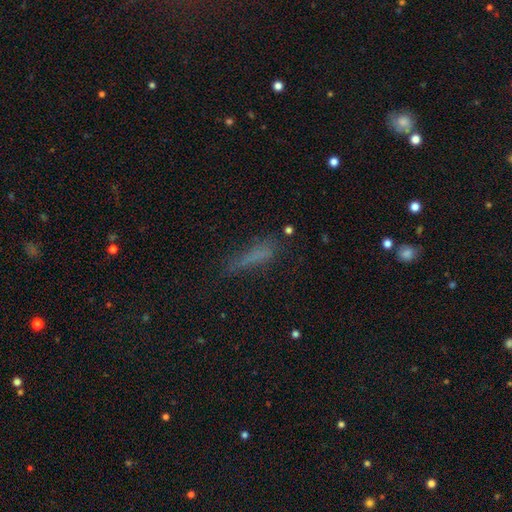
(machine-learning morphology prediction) smooth_or_featured: smooth (p=0.64) [alt: featured or disk p=0.19]
how_rounded: cigar-shaped (p=0.75) [alt: in between p=0.22]
merging: none (p=0.58) [alt: minor disturbance p=0.24]